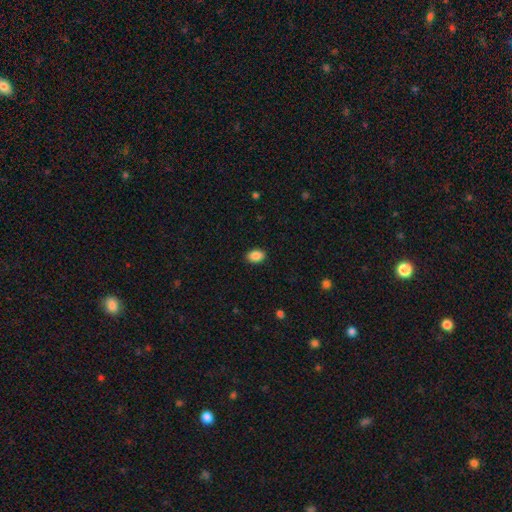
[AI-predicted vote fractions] Morphology: type=smooth (88%); roundness=in between (84%); merging=none (89%).